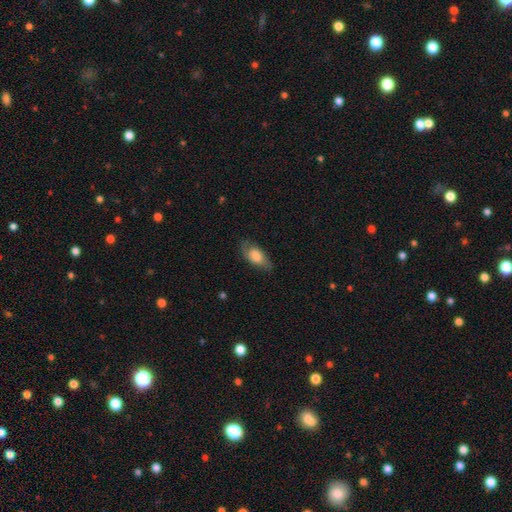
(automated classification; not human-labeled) This appears to be a smooth galaxy with no disk features (59%) that is in between round and cigar-shaped (86%). Merging: none (71%).